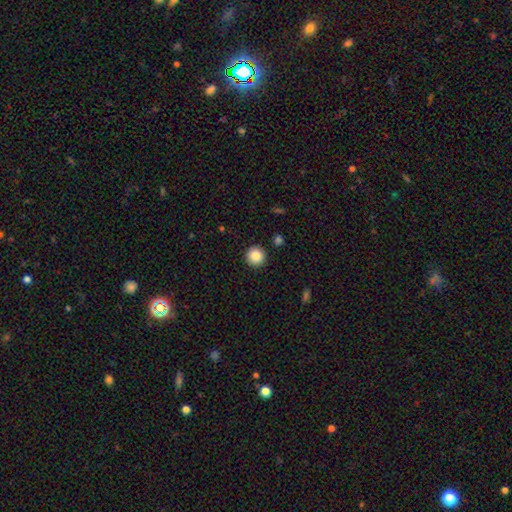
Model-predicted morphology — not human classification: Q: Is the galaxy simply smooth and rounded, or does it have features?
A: smooth — 86%.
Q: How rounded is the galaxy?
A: round — 96%.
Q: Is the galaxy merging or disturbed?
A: none — 92%.